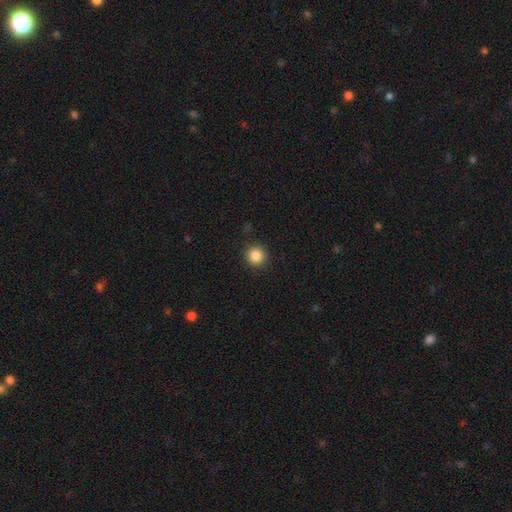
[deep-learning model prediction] A smooth galaxy with no disk features (86%) that is round (93%).

Vote fractions:
- Smooth or featured? smooth: 86% / star or artifact: 10% / featured or disk: 4%
- How rounded? round: 93% / in between: 6% / cigar-shaped: 1%
- Merging? none: 91% / minor disturbance: 6% / major disturbance: 2% / merger: 1%